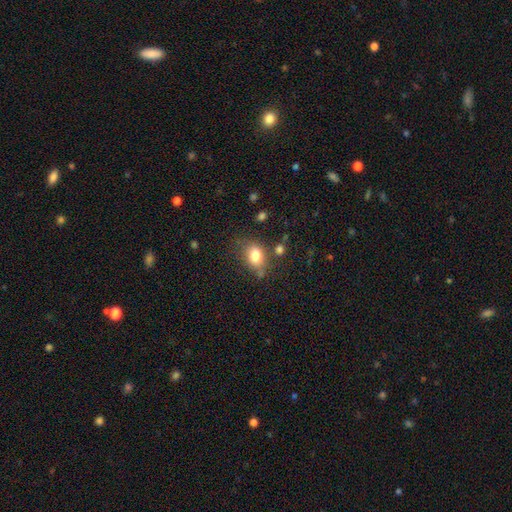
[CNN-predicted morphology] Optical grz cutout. It shows a smooth galaxy with no disk features (80%) that is in between round and cigar-shaped (72%). Merging: none (66%).